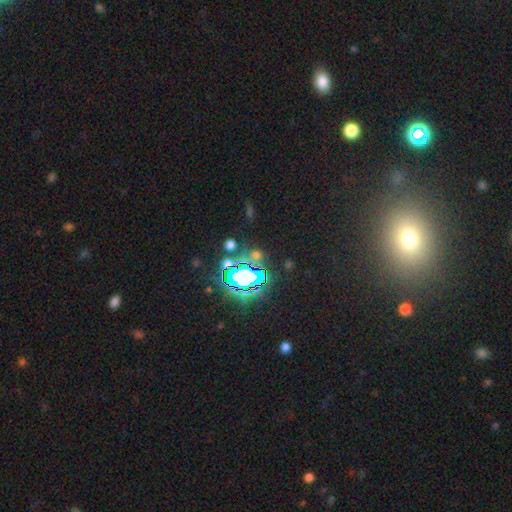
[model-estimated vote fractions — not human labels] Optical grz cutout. It shows a star or artifact, not a galaxy (59%).